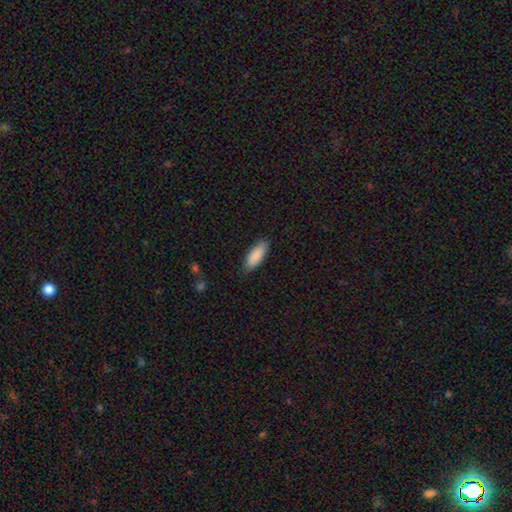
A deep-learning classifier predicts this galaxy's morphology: This is clearly a smooth galaxy (89%). How rounded: likely in between (65%). Merging: clearly none (85%).